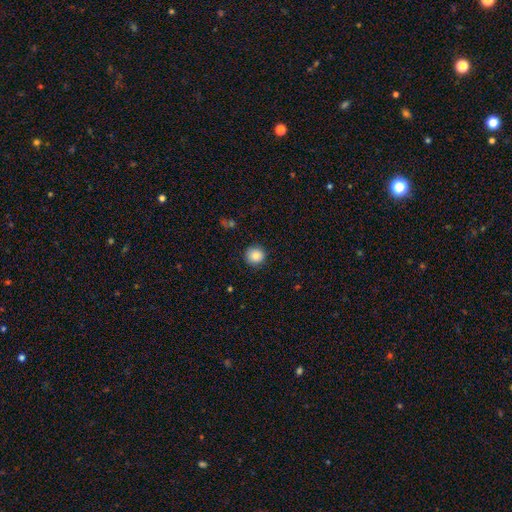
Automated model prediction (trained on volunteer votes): This appears to be a smooth galaxy with no disk features (83%) that is round (95%). Merging: none (90%).